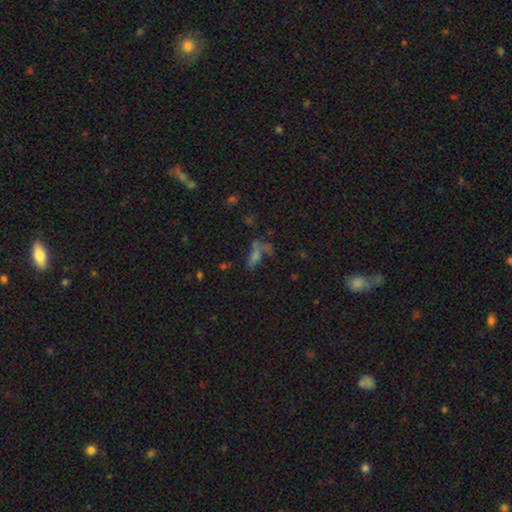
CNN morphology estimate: Smooth or featured: smooth — 43% (star or artifact — 34%)
Merging: none — 40% (merger — 28%)